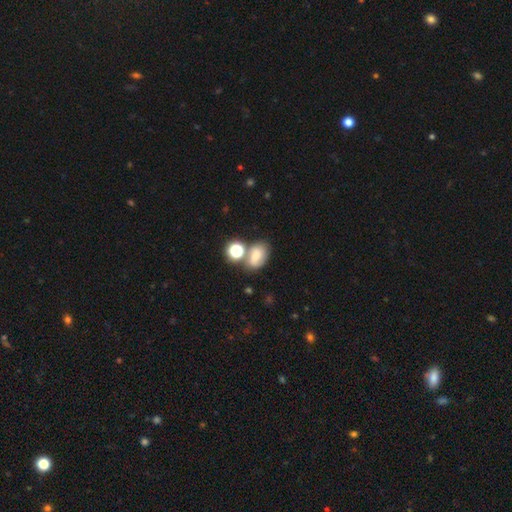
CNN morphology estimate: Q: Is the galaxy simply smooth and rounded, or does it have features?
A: smooth — 68%.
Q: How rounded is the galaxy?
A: in between — 75%.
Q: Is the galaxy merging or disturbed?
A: none — 48%.